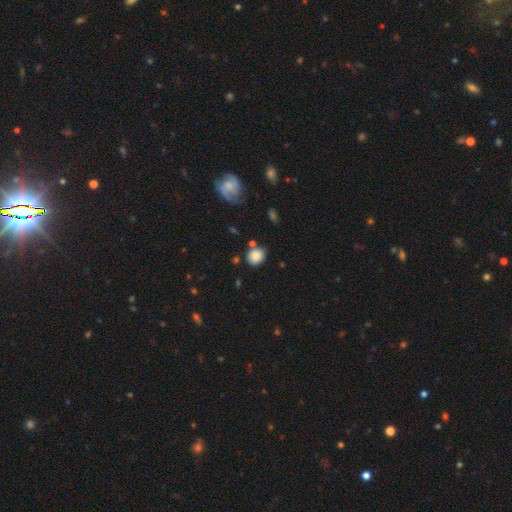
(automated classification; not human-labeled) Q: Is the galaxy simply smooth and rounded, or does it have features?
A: smooth — 84%.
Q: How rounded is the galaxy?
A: round — 66%.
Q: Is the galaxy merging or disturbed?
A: none — 73%.